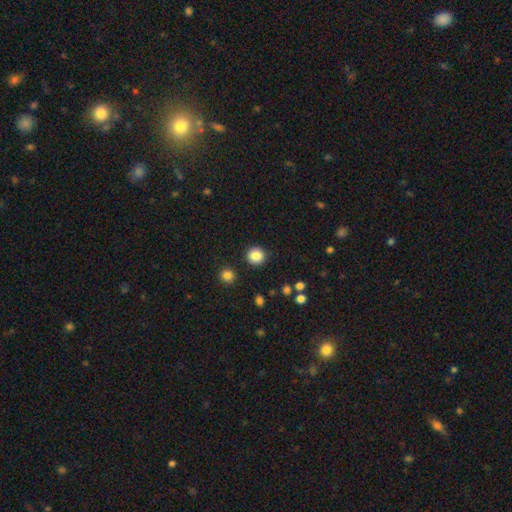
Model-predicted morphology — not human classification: The model was most divided on "smooth or featured": smooth: 85%, star or artifact: 10%, featured or disk: 5%. More confident: how rounded — round (93%); merging — none (91%).